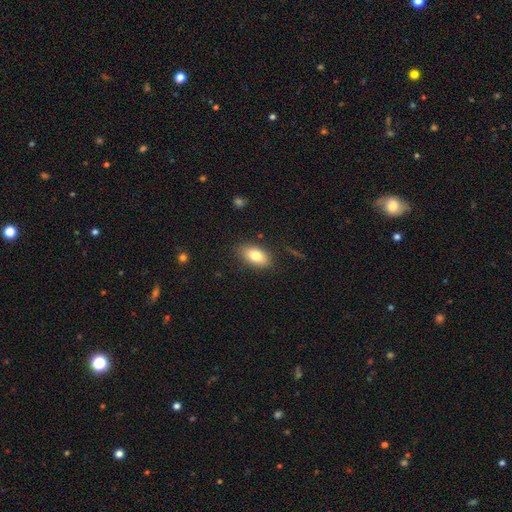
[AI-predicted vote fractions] smooth-or-featured: smooth: 79% | featured or disk: 13% | star or artifact: 8%
  how-rounded: in between: 91% | round: 6% | cigar-shaped: 3%
  merging: none: 85% | minor disturbance: 10% | major disturbance: 3% | merger: 1%